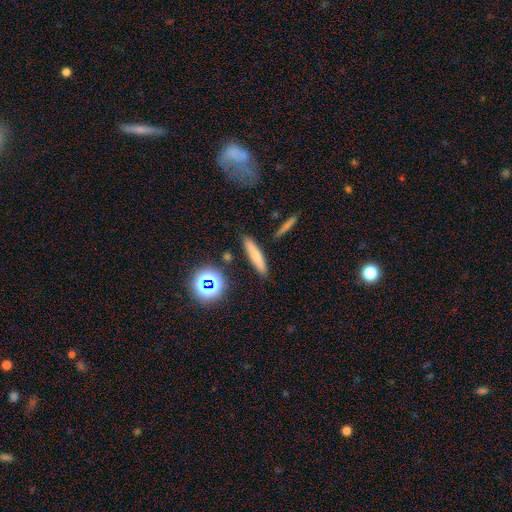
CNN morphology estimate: A smooth galaxy with no disk features (71%) that is cigar-shaped (86%).

Vote fractions:
- Smooth or featured? smooth: 71% / featured or disk: 17% / star or artifact: 12%
- How rounded? cigar-shaped: 86% / in between: 11% / round: 3%
- Merging? none: 87% / minor disturbance: 8% / merger: 3% / major disturbance: 2%